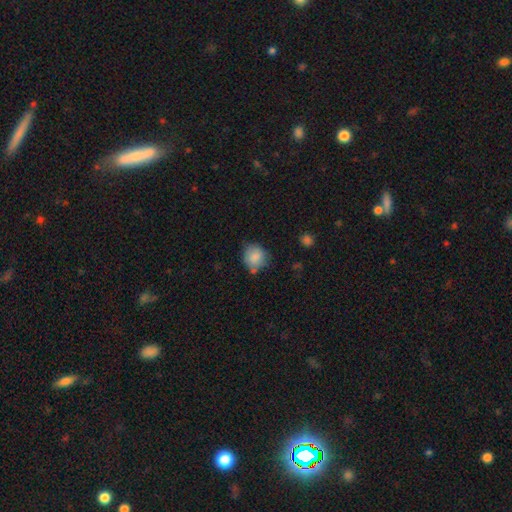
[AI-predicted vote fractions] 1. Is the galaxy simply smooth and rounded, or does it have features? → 81% smooth, 11% featured or disk, 8% star or artifact.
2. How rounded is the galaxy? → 75% round, 24% in between, 1% cigar-shaped.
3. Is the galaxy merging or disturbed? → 60% none, 27% minor disturbance, 7% major disturbance, 6% merger.